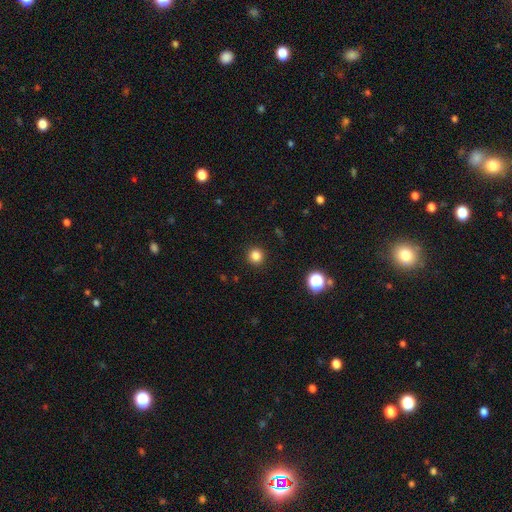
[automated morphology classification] smooth-or-featured: smooth: 83% | star or artifact: 13% | featured or disk: 4%
  how-rounded: round: 95% | in between: 4% | cigar-shaped: 1%
  merging: none: 92% | minor disturbance: 5% | major disturbance: 2% | merger: 1%